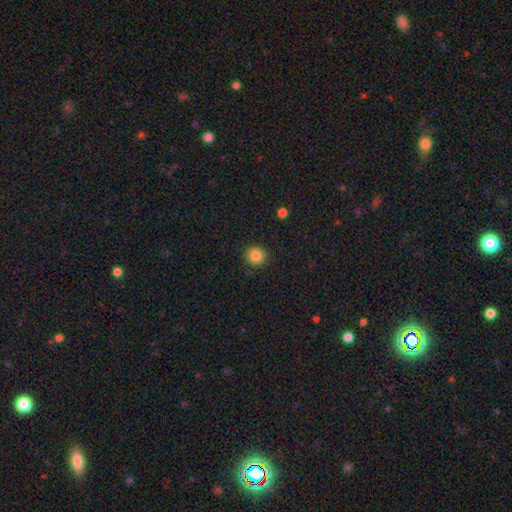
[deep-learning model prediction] The model was most divided on "smooth or featured": smooth: 84%, star or artifact: 10%, featured or disk: 6%. More confident: merging — none (90%); how rounded — round (88%).